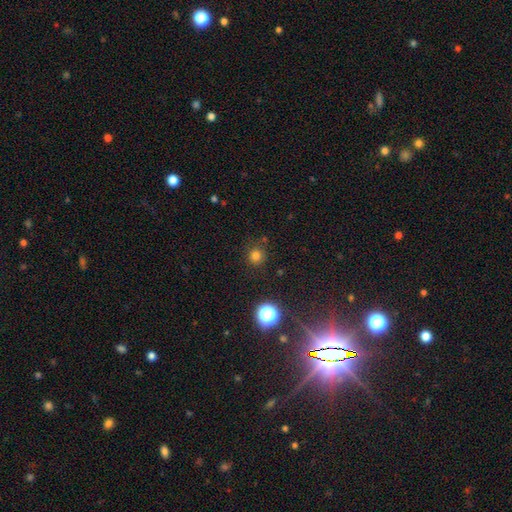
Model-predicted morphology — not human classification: Smooth or featured? Predicted: smooth (p=0.77). How rounded? Predicted: round (p=0.93). Merging? Predicted: none (p=0.84).